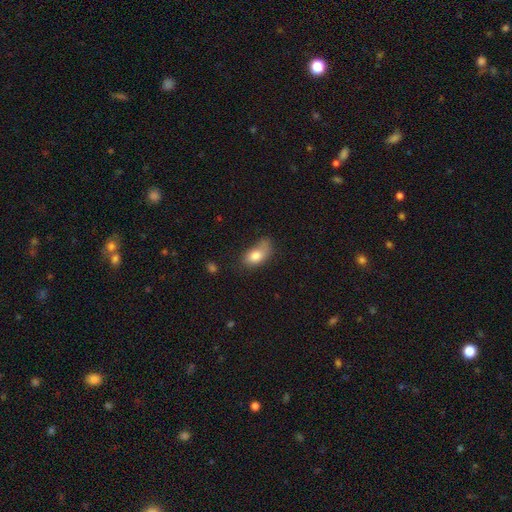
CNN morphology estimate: The model was most divided on "merging": none: 37%, minor disturbance: 36%, major disturbance: 18%, merger: 9%. More confident: how rounded — in between (88%); smooth or featured — smooth (80%).